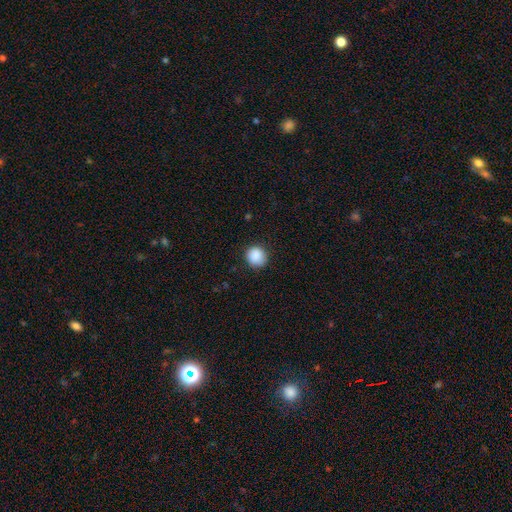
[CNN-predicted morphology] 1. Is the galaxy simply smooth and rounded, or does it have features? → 89% smooth, 8% star or artifact, 3% featured or disk.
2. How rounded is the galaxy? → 90% round, 9% in between, 1% cigar-shaped.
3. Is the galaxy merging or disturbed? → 86% none, 10% minor disturbance, 2% major disturbance, 1% merger.